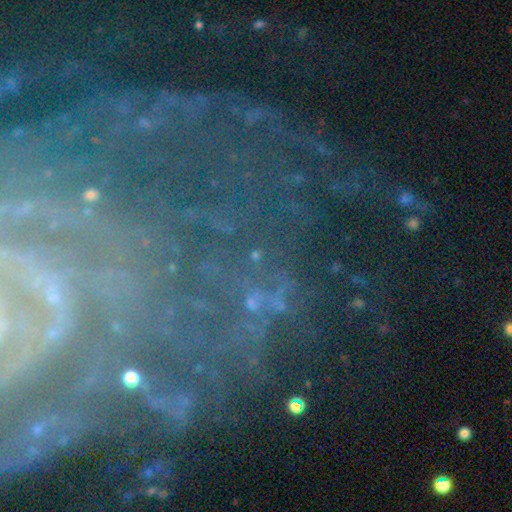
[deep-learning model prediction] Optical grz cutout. It shows a star or artifact, not a galaxy (70%).